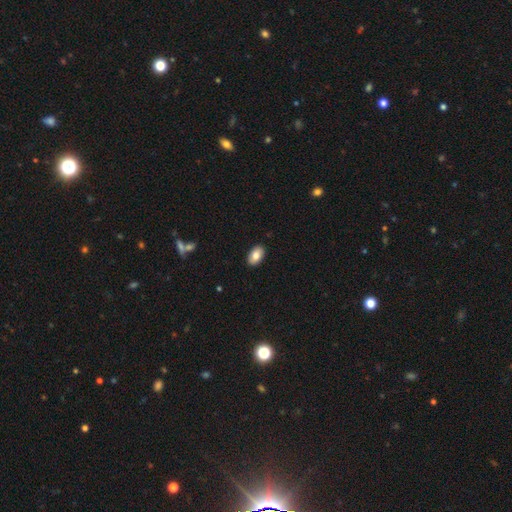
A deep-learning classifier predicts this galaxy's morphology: Q: Smooth or featured?
A: smooth (82%); runner-up: featured or disk (12%)
Q: How rounded?
A: in between (93%); runner-up: round (5%)
Q: Merging?
A: none (90%); runner-up: minor disturbance (7%)